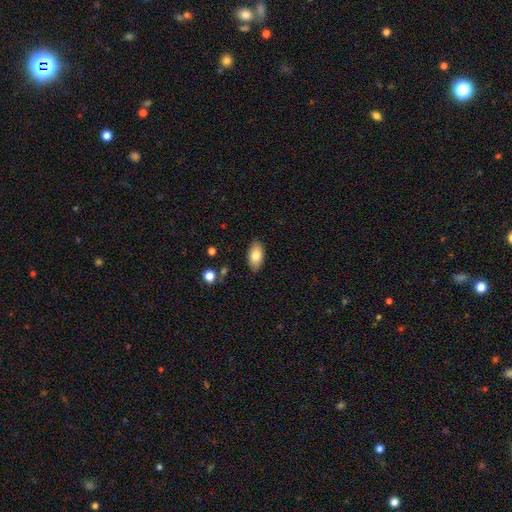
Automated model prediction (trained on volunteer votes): This is likely a smooth galaxy (80%). How rounded: clearly in between (93%). Merging: clearly none (86%).